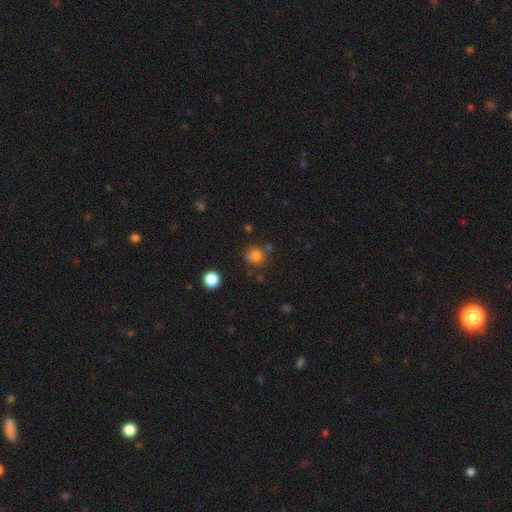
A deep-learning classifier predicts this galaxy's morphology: This appears to be a smooth galaxy with no disk features (79%) that is round (82%). Merging: none (70%).